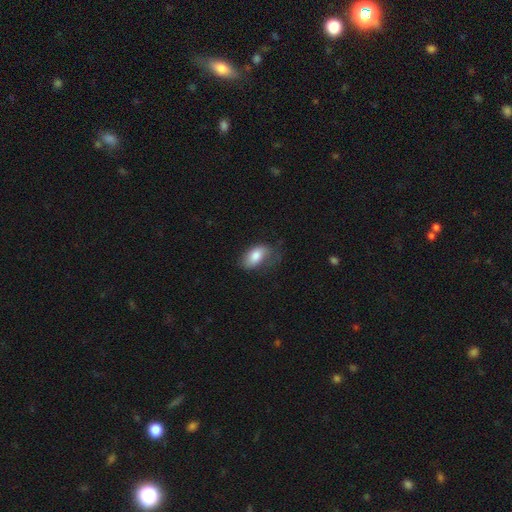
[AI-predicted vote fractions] Smooth or featured? smooth (78%)
How rounded? in between (92%)
Merging? none (48%)